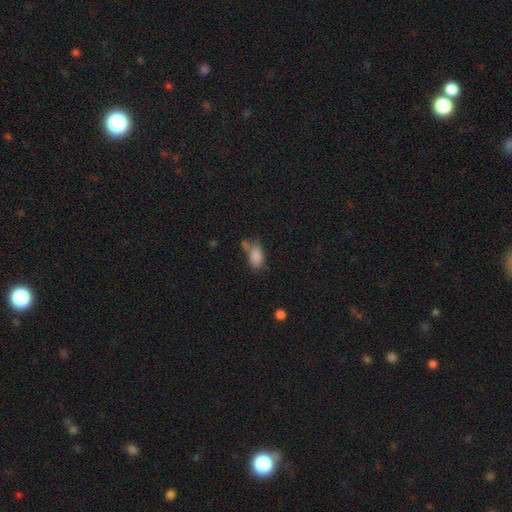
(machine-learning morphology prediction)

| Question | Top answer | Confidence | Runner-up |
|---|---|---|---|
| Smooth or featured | smooth | 84% | star or artifact (9%) |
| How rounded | in between | 90% | round (7%) |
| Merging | none | 49% | minor disturbance (23%) |